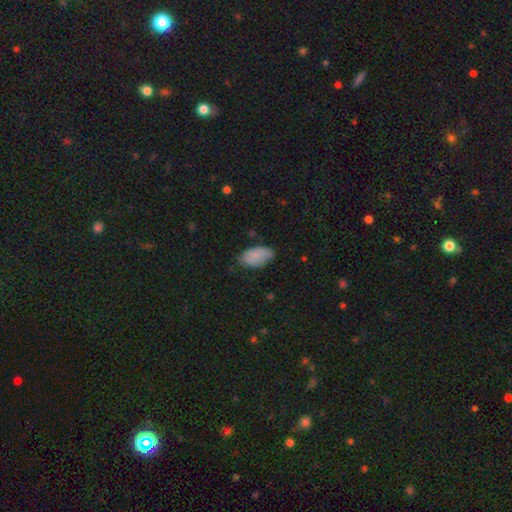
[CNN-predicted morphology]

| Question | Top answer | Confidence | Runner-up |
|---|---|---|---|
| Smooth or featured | smooth | 82% | featured or disk (11%) |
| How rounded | in between | 95% | round (3%) |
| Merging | none | 72% | minor disturbance (23%) |